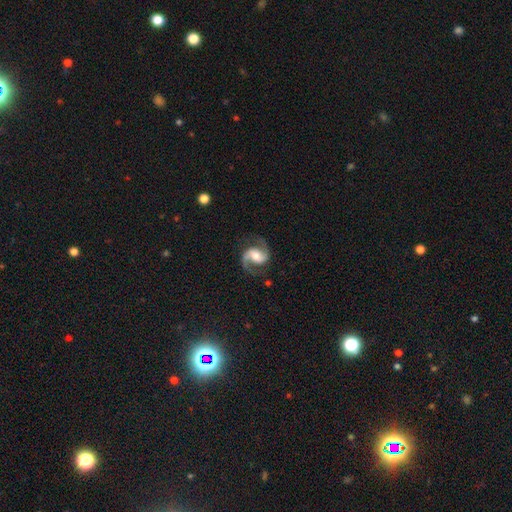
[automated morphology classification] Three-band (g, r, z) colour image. It shows a featured or disk galaxy (91%) with a weak bar (42%), 2 (94%) medium (59%) spiral arms (98%) and a moderate central bulge (58%). Merging: none (81%).